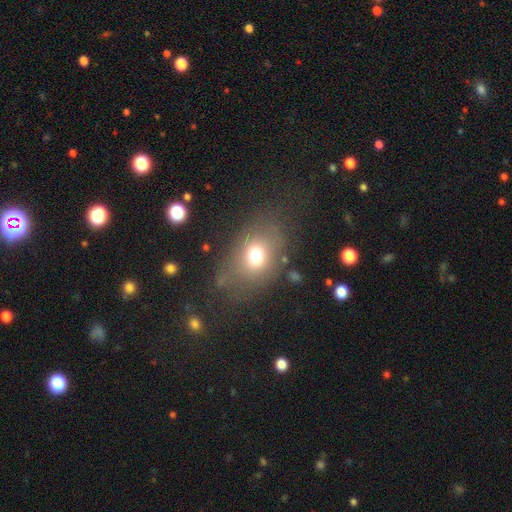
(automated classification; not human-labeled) smooth_or_featured: smooth (p=0.67) [alt: featured or disk p=0.19]
how_rounded: in between (p=0.62) [alt: round p=0.37]
merging: none (p=0.58) [alt: minor disturbance p=0.20]